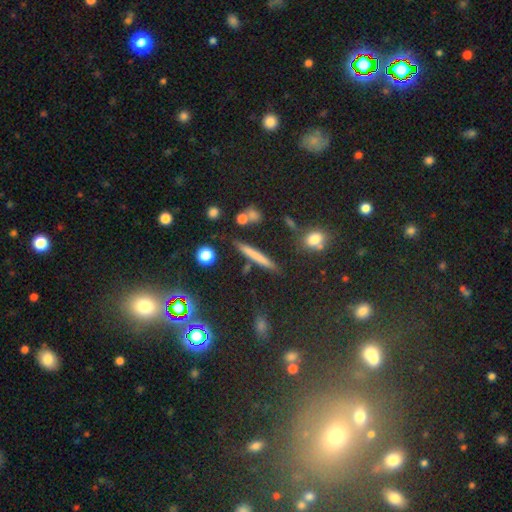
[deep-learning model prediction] The model was most divided on "smooth or featured": smooth: 62%, featured or disk: 26%, star or artifact: 12%. More confident: how rounded — cigar-shaped (92%); merging — none (85%).